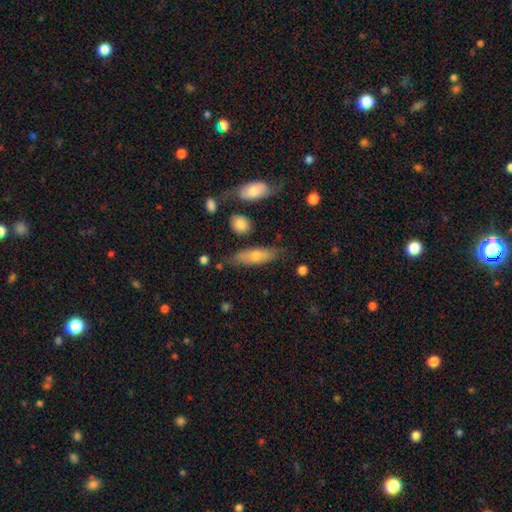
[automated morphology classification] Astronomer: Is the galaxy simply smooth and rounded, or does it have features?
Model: smooth — 63%.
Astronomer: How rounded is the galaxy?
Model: cigar-shaped — 50% (runner-up: in between, 47%).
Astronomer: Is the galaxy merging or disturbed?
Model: none — 71%.